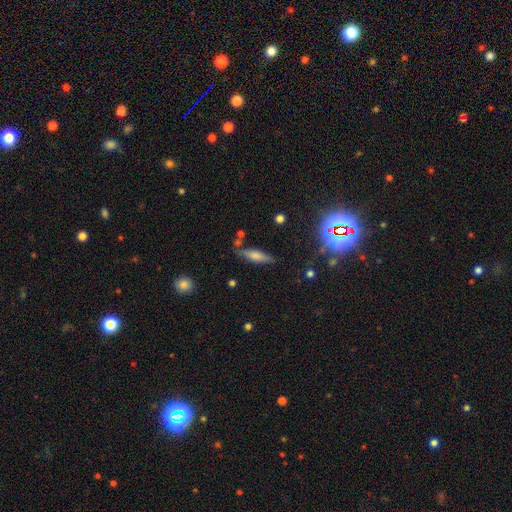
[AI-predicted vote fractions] Smooth or featured? Predicted: smooth (p=0.61). How rounded? Predicted: cigar-shaped (p=0.61). Merging? Predicted: none (p=0.71).